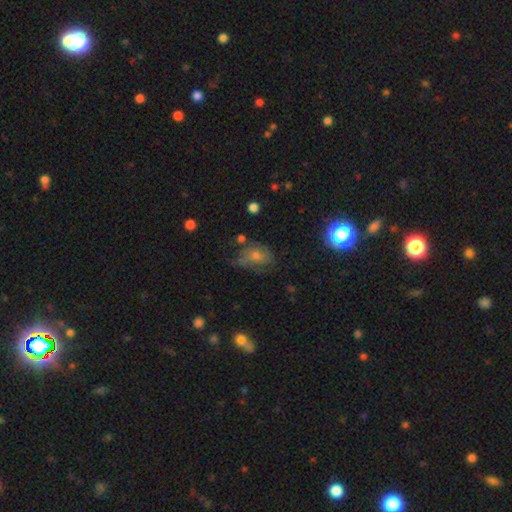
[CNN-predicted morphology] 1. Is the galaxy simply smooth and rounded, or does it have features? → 51% smooth, 28% featured or disk, 21% star or artifact.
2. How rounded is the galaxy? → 70% in between, 28% round, 2% cigar-shaped.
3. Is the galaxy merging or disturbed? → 44% none, 31% minor disturbance, 21% major disturbance, 4% merger.